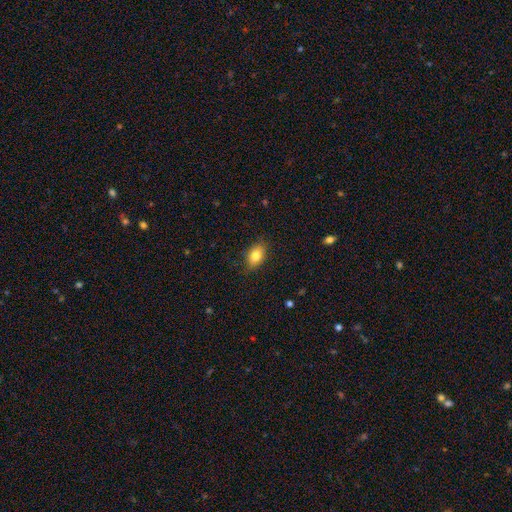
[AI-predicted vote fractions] Smooth or featured? Predicted: smooth (p=0.79). How rounded? Predicted: in between (p=0.79). Merging? Predicted: none (p=0.83).